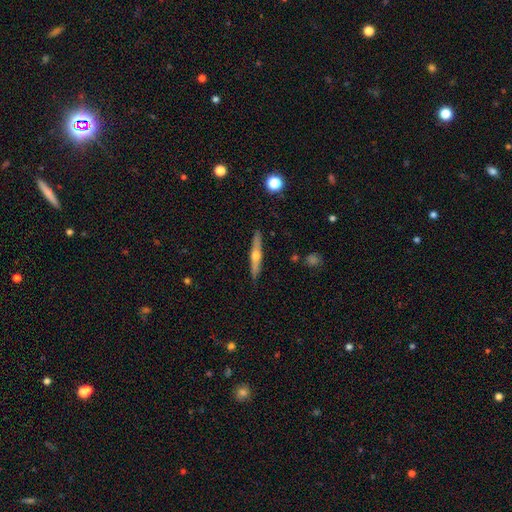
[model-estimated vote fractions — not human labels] This is likely a featured or disk galaxy (63%). It is clearly viewed edge-on (96%). Edge-on bulge: clearly rounded (91%). Merging: clearly none (89%).